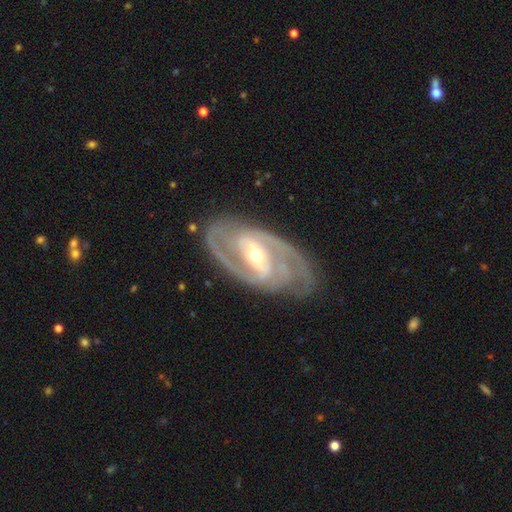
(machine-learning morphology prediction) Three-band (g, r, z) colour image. It shows a featured or disk galaxy (91%) with a strong bar (44%), 2 (76%) tight (45%, tied with medium) spiral arms (97%) and a small central bulge (49%). Merging: none (77%).